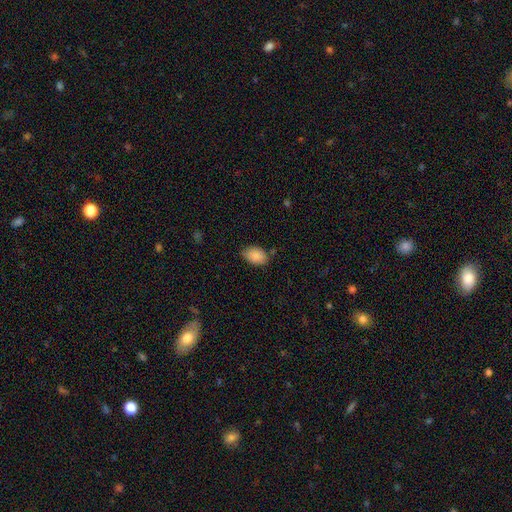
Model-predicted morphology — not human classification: type=smooth (89%); roundness=in between (85%); merging=none (72%).